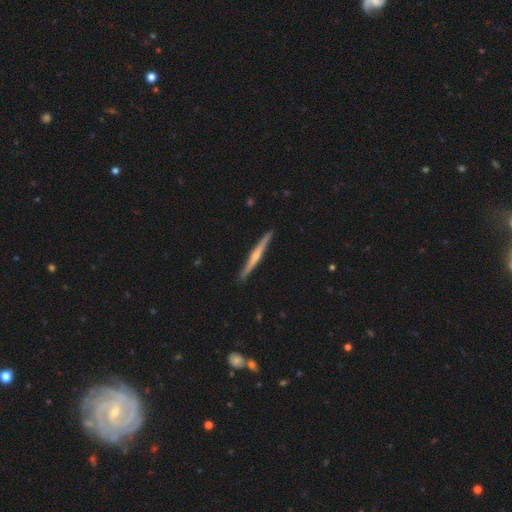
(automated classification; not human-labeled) Smooth or featured? featured or disk (70%)
Edge-on disk? yes (98%)
Edge-on bulge? rounded (74%)
Merging? none (92%)